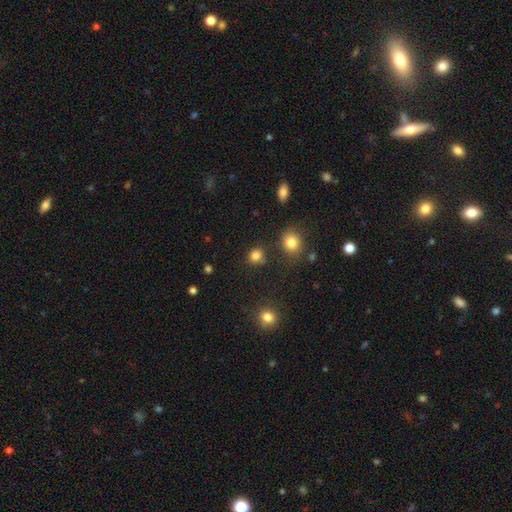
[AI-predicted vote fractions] Smooth or featured? Predicted: smooth (p=0.82). How rounded? Predicted: round (p=0.80). Merging? Predicted: none (p=0.78).